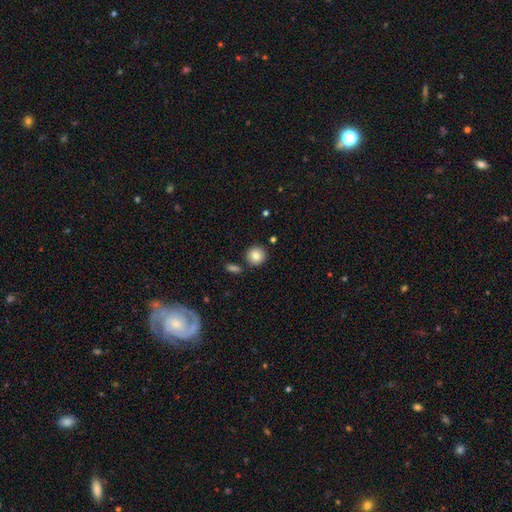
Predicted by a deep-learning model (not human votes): A smooth galaxy with no disk features (83%) that is round (91%). Merging: none (85%).